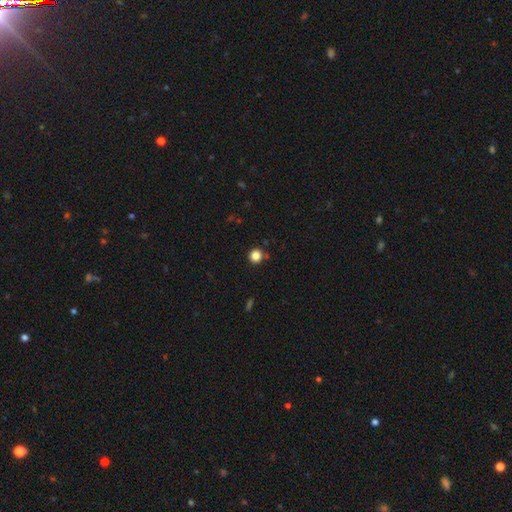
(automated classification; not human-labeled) Q: Smooth or featured?
A: smooth (84%); runner-up: star or artifact (12%)
Q: How rounded?
A: round (93%); runner-up: in between (6%)
Q: Merging?
A: none (87%); runner-up: minor disturbance (7%)